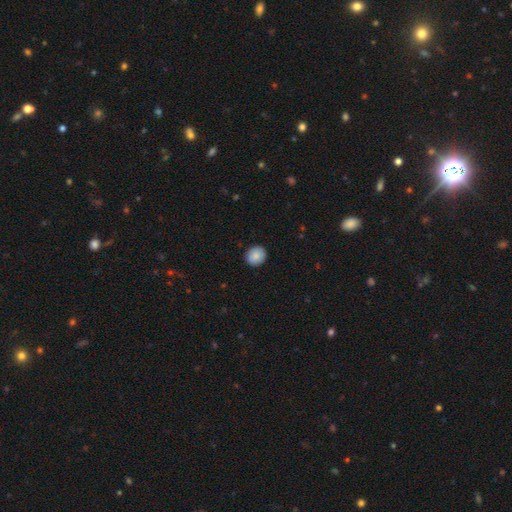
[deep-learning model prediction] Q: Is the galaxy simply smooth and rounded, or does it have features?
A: smooth — 88%.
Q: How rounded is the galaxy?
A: round — 79%.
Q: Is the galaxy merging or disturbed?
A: none — 90%.